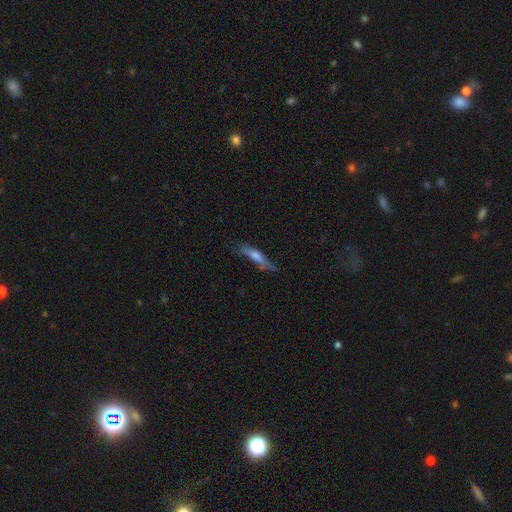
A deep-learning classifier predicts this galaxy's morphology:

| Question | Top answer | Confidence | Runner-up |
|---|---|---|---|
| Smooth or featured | featured or disk | 47% | smooth (44%) |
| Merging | none | 67% | minor disturbance (23%) |